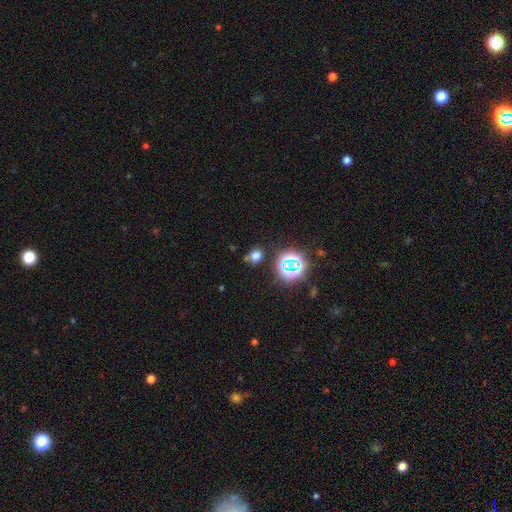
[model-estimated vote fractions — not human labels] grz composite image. It shows a smooth galaxy with no disk features (64%) that is round (57%). Merging: none (67%).